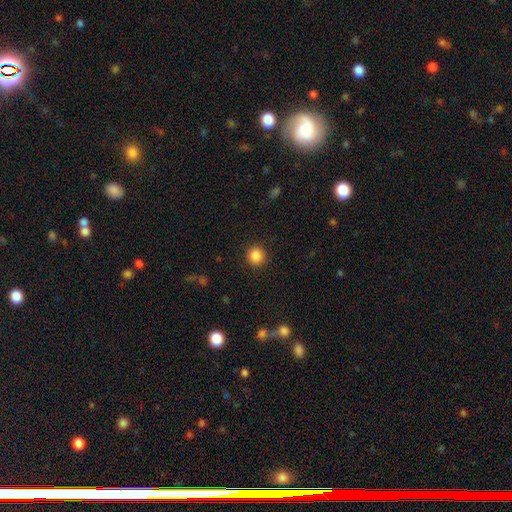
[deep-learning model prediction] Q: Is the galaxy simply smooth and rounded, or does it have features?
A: smooth — 86%.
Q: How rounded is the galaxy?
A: round — 91%.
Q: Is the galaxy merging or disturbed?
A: none — 90%.